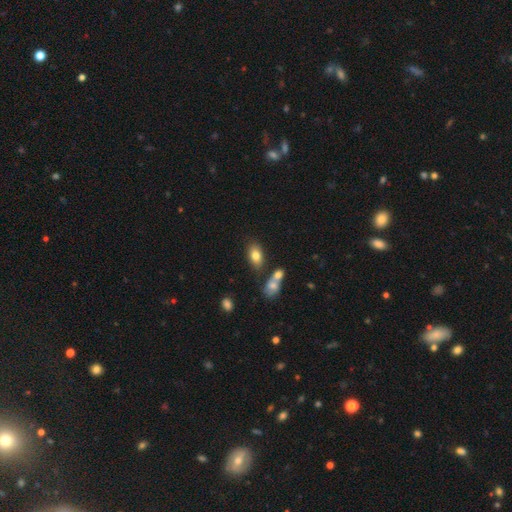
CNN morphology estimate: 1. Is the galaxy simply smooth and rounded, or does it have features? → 80% smooth, 12% featured or disk, 8% star or artifact.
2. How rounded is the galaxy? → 90% in between, 8% round, 3% cigar-shaped.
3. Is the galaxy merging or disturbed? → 69% none, 15% merger, 13% minor disturbance, 4% major disturbance.